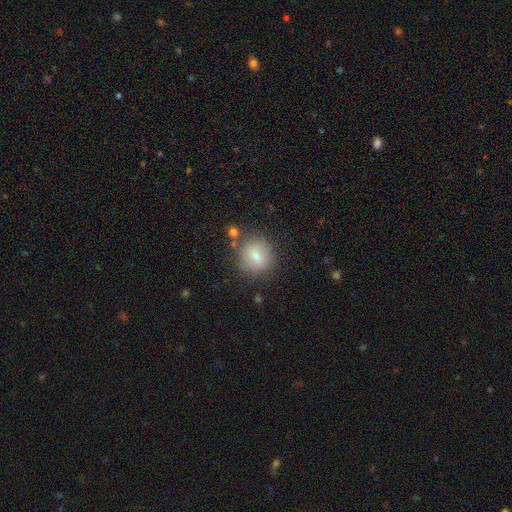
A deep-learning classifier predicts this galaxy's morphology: The model was most divided on "smooth or featured": smooth: 76%, featured or disk: 15%, star or artifact: 9%. More confident: how rounded — round (87%); merging — none (81%).